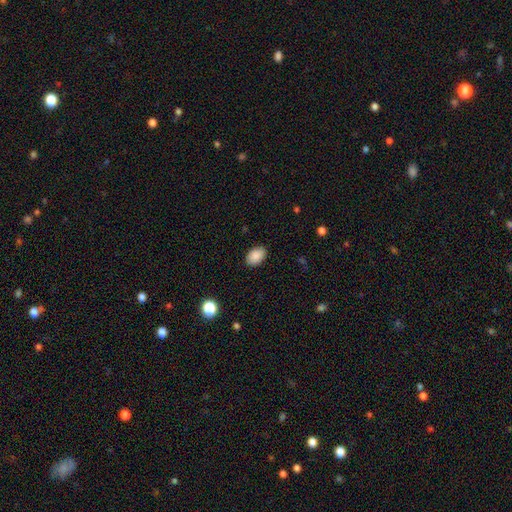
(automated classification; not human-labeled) smooth-or-featured: smooth: 87% | star or artifact: 7% | featured or disk: 5%
  how-rounded: in between: 88% | round: 11% | cigar-shaped: 1%
  merging: none: 87% | minor disturbance: 9% | major disturbance: 2% | merger: 1%